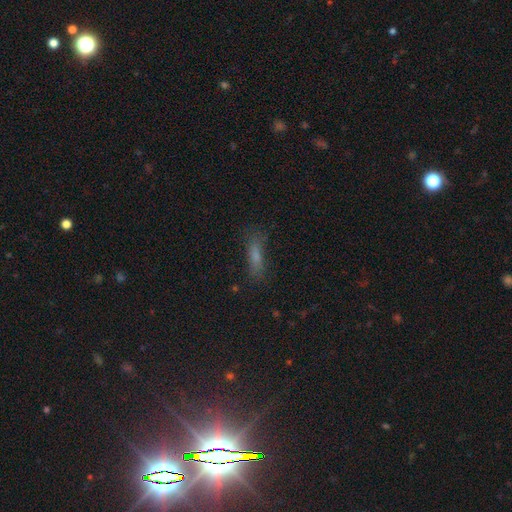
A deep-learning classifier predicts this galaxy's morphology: Smooth or featured? Predicted: smooth (p=0.67). How rounded? Predicted: cigar-shaped (p=0.65). Merging? Predicted: none (p=0.71).